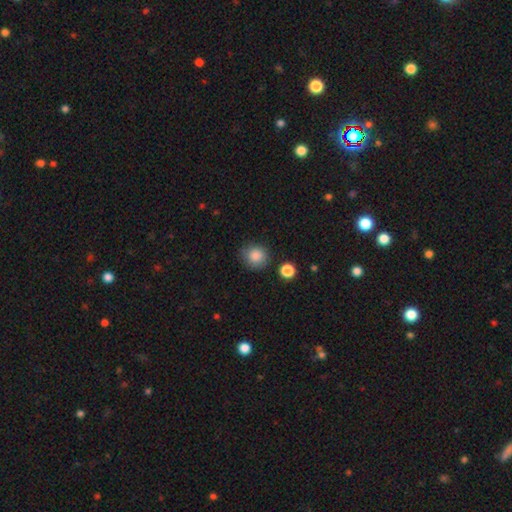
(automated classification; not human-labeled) Q: Smooth or featured?
A: smooth (86%); runner-up: star or artifact (9%)
Q: How rounded?
A: round (88%); runner-up: in between (11%)
Q: Merging?
A: none (79%); runner-up: minor disturbance (14%)